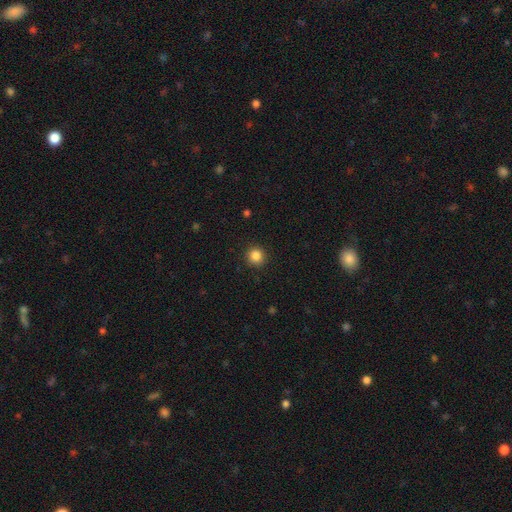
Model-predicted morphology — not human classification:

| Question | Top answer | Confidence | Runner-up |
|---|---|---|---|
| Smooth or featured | smooth | 85% | star or artifact (11%) |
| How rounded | round | 93% | in between (6%) |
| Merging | none | 91% | minor disturbance (6%) |